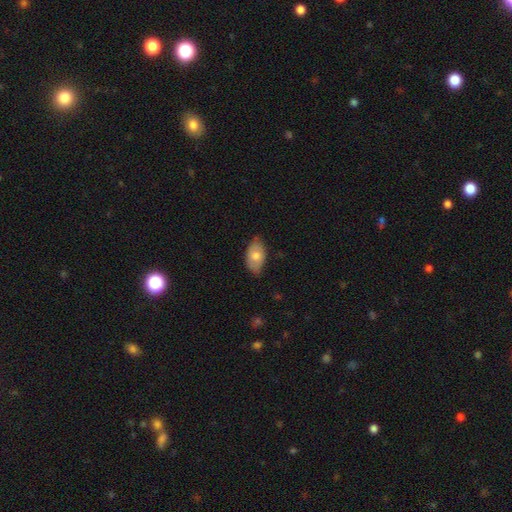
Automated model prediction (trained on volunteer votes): Smooth or featured? Predicted: smooth (p=0.71). How rounded? Predicted: in between (p=0.92). Merging? Predicted: none (p=0.72).